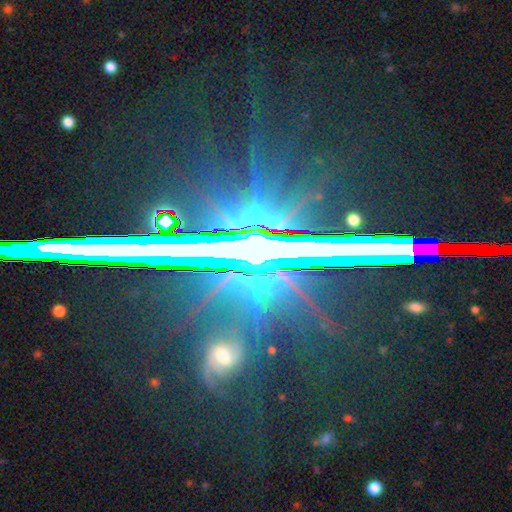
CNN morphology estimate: Overall: star or artifact (75%).